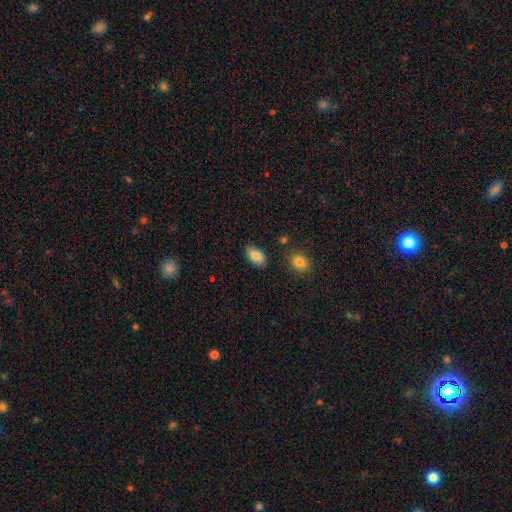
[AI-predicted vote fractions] Overall: smooth (85%). How rounded: in between (93%). Merging: none (83%).